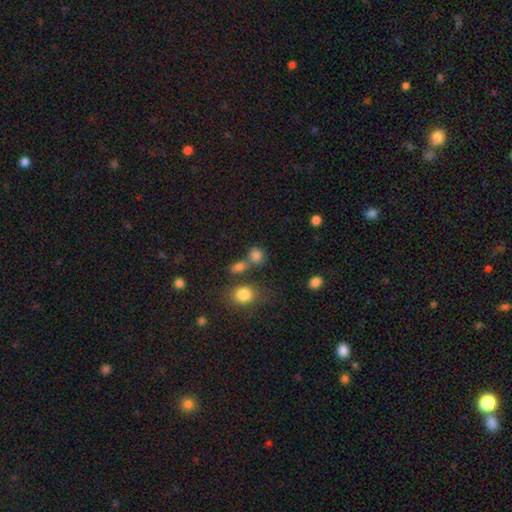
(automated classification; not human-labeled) smooth 81%, star or artifact 13%, featured or disk 7%. Down the decision tree: how rounded — round (77%); merging — none (56%).